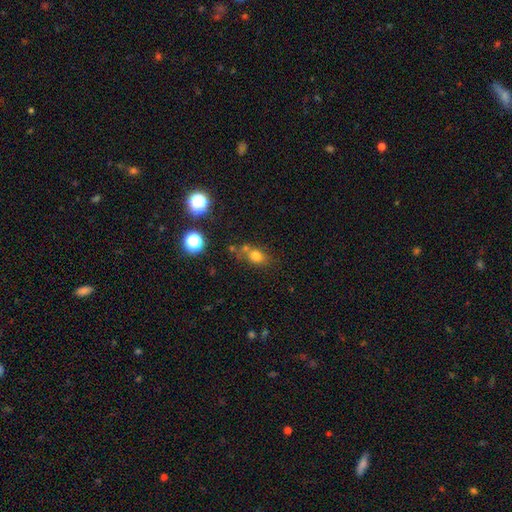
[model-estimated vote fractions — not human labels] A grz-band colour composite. It shows a smooth galaxy with no disk features (74%) that is in between round and cigar-shaped (51%). Merging: none (57%).